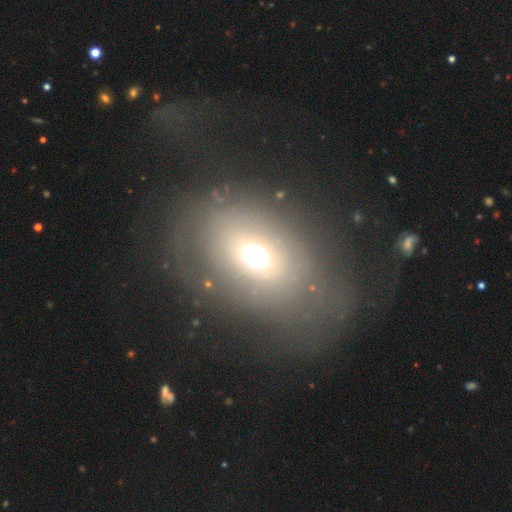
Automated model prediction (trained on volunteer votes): This appears to be a smooth galaxy with no disk features (59%) that is in between round and cigar-shaped (62%). Merging: none (62%).